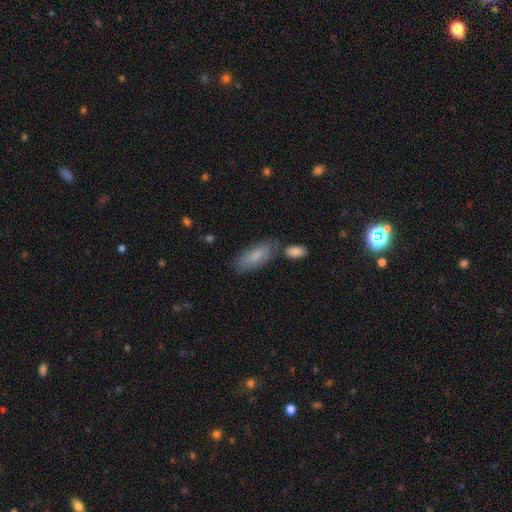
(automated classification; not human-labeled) Smooth or featured? smooth (79%)
How rounded? in between (75%)
Merging? none (68%)